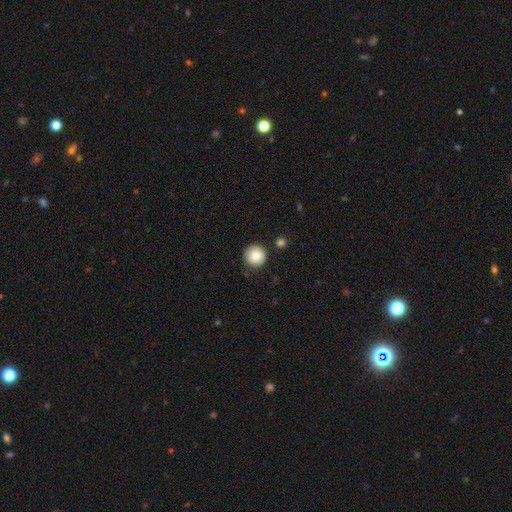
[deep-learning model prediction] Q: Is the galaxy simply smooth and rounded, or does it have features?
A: smooth — 84%.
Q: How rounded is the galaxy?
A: round — 96%.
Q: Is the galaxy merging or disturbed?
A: none — 87%.